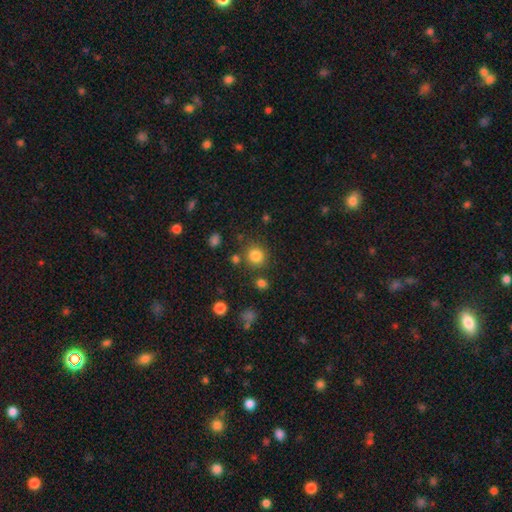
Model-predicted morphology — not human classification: Smooth or featured?
  - smooth: 82% *
  - star or artifact: 12%
  - featured or disk: 5%
How rounded?
  - round: 89% *
  - in between: 10%
  - cigar-shaped: 1%
Merging?
  - none: 82% *
  - minor disturbance: 9%
  - merger: 6%
  - major disturbance: 4%